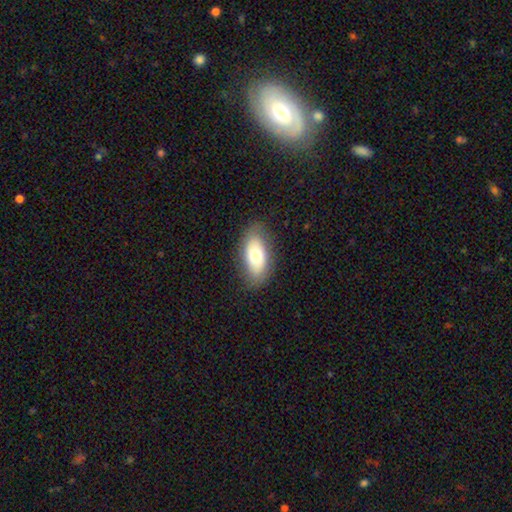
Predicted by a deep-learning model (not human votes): smooth-or-featured: smooth: 68% | featured or disk: 25% | star or artifact: 7%
  how-rounded: in between: 90% | cigar-shaped: 5% | round: 5%
  merging: none: 82% | minor disturbance: 13% | major disturbance: 4% | merger: 1%